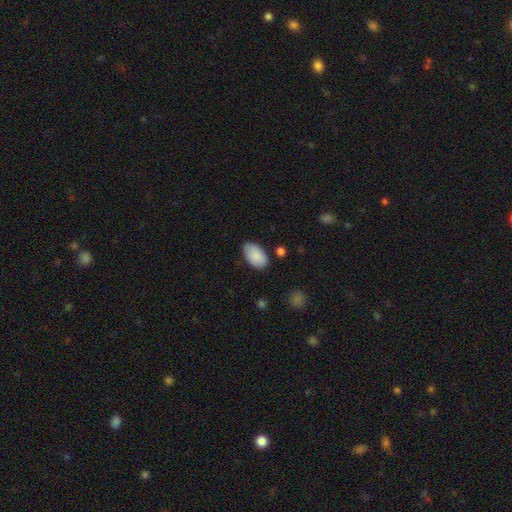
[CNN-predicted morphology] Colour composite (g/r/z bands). It shows a smooth galaxy with no disk features (88%) that is in between round and cigar-shaped (94%). Merging: none (77%).